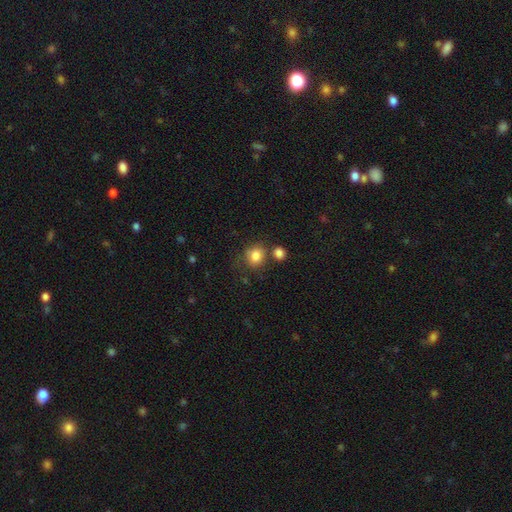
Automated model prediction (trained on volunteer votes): Morphology: type=smooth (83%); roundness=round (69%); merging=none (64%).